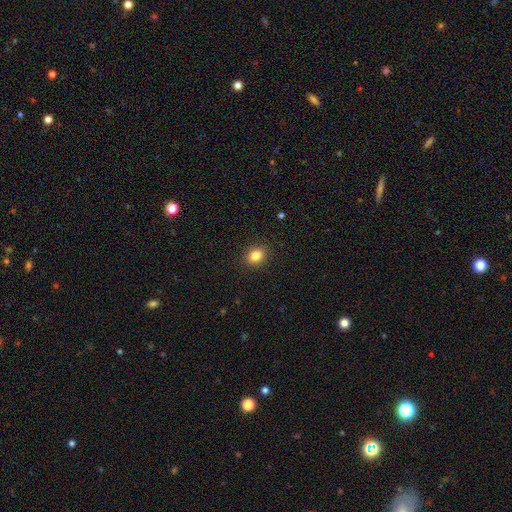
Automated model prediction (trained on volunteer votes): smooth 84%, star or artifact 10%, featured or disk 5%. Down the decision tree: how rounded — round (54%); merging — none (90%).